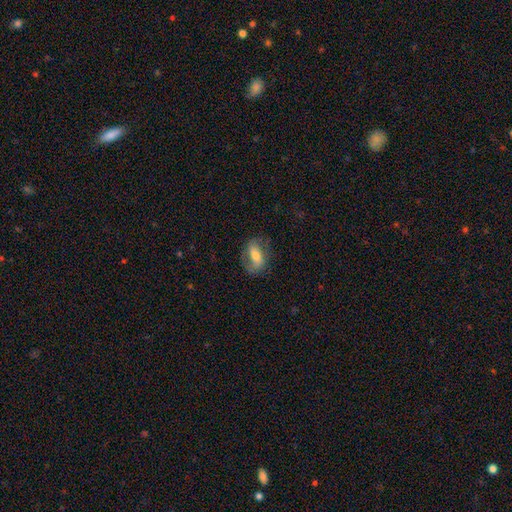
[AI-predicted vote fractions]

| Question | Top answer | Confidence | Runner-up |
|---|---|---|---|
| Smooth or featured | featured or disk | 54% | smooth (38%) |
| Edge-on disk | no | 92% | yes (8%) |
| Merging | none | 70% | minor disturbance (19%) |